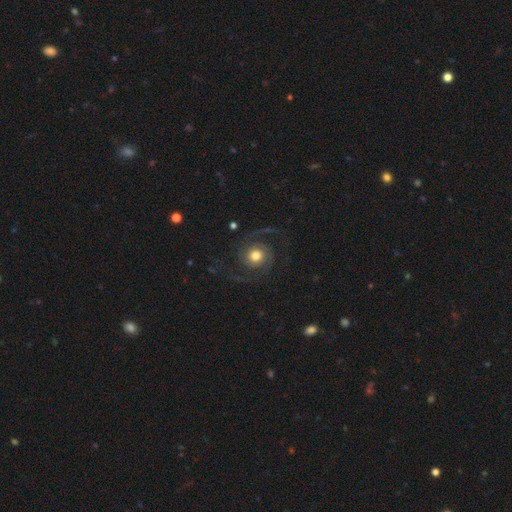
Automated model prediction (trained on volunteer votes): This is clearly a featured or disk galaxy (83%). It is clearly not viewed edge-on (98%). Bar: likely no (77%). Spiral arm pattern: clearly yes (97%). Spiral arm count: clearly 2 (87%). Spiral winding: possibly medium (48%). Central bulge: likely moderate (61%). Merging: likely none (76%).